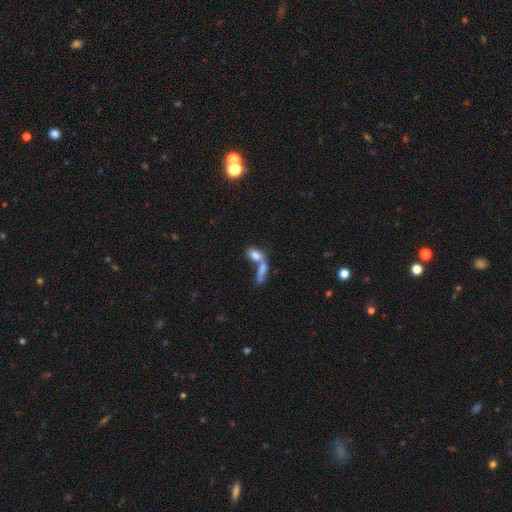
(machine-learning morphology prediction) Q: Smooth or featured?
A: smooth (72%); runner-up: featured or disk (18%)
Q: How rounded?
A: in between (77%); runner-up: cigar-shaped (12%)
Q: Merging?
A: merger (63%); runner-up: none (21%)